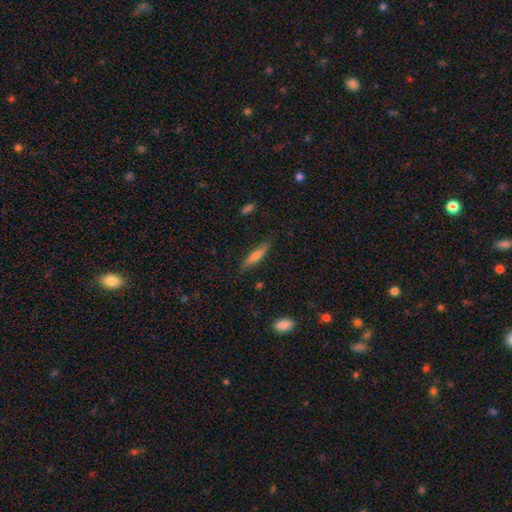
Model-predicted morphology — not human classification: This is likely a smooth galaxy (60%). How rounded: likely cigar-shaped (79%). Merging: clearly none (83%).